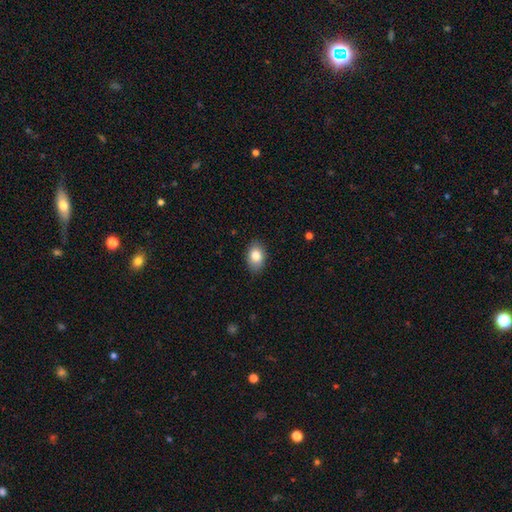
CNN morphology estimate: The model was most divided on "how rounded": in between: 84%, round: 15%, cigar-shaped: 1%. More confident: merging — none (85%); smooth or featured — smooth (83%).